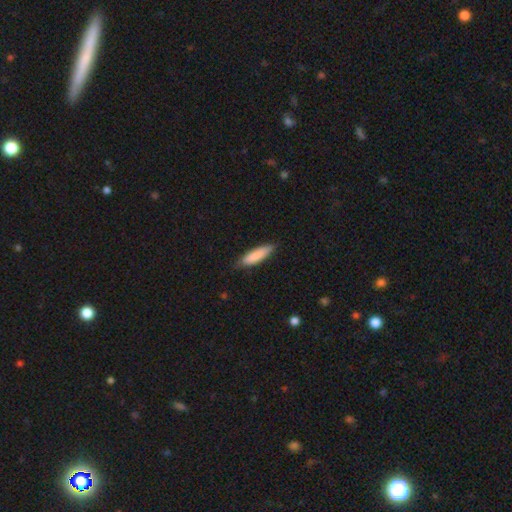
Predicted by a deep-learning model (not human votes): A smooth galaxy with no disk features (85%) that is cigar-shaped (63%).

Vote fractions:
- Smooth or featured? smooth: 85% / featured or disk: 10% / star or artifact: 5%
- How rounded? cigar-shaped: 63% / in between: 36% / round: 1%
- Merging? none: 79% / minor disturbance: 18% / major disturbance: 2% / merger: 1%